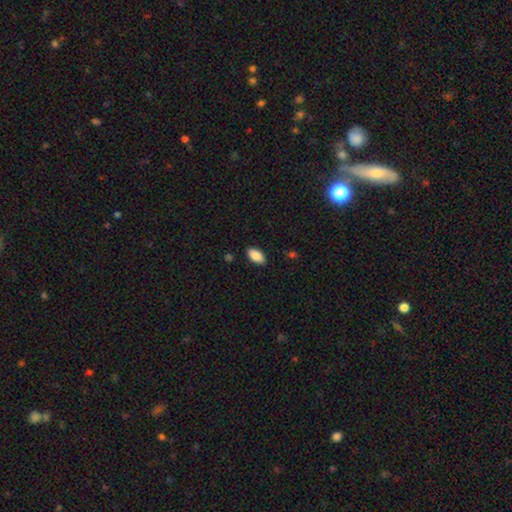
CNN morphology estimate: A smooth galaxy with no disk features (88%) that is in between round and cigar-shaped (94%). Merging: none (87%).